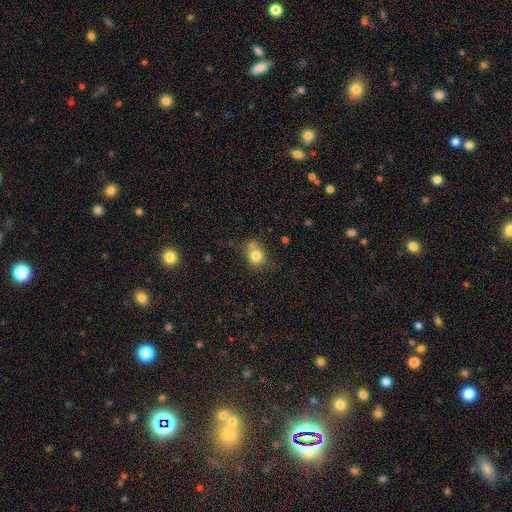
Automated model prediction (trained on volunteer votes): Smooth or featured?
  - smooth: 79% *
  - star or artifact: 11%
  - featured or disk: 10%
How rounded?
  - round: 64% *
  - in between: 35%
  - cigar-shaped: 1%
Merging?
  - none: 50% *
  - merger: 22%
  - minor disturbance: 21%
  - major disturbance: 7%